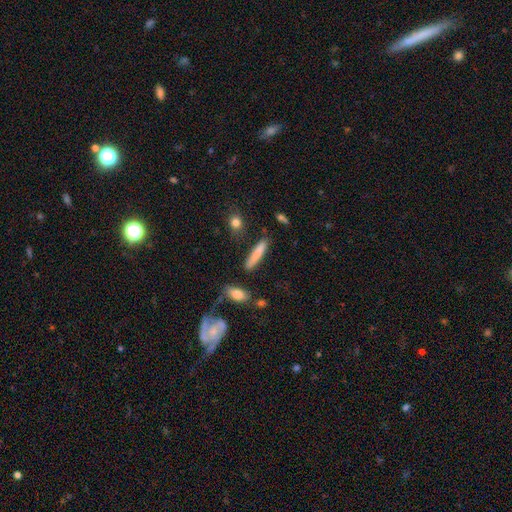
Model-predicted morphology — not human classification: This is likely a smooth galaxy (70%). How rounded: clearly cigar-shaped (89%). Merging: clearly none (82%).